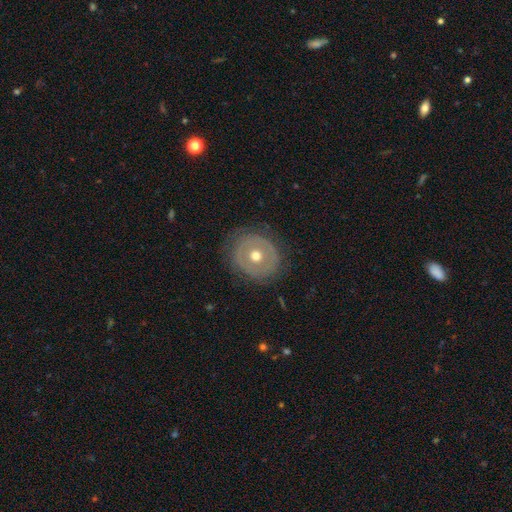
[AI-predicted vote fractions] A featured or disk galaxy (57%) with no bar (89%), no spiral arms (82%) and a moderate central bulge (78%). Merging: none (82%).